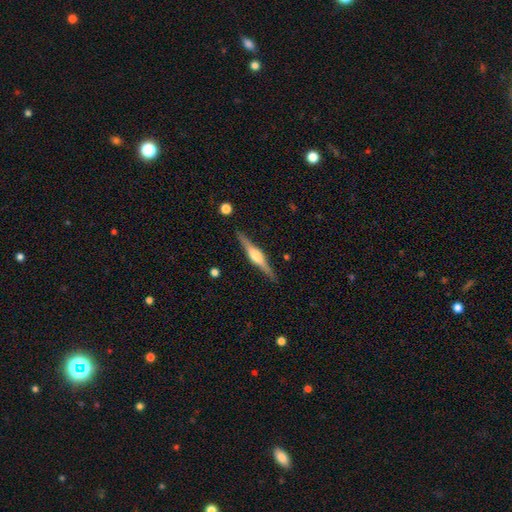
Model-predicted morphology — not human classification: type=featured or disk (77%); edge-on=yes (98%); edge-on bulge=rounded (84%); merging=none (89%).